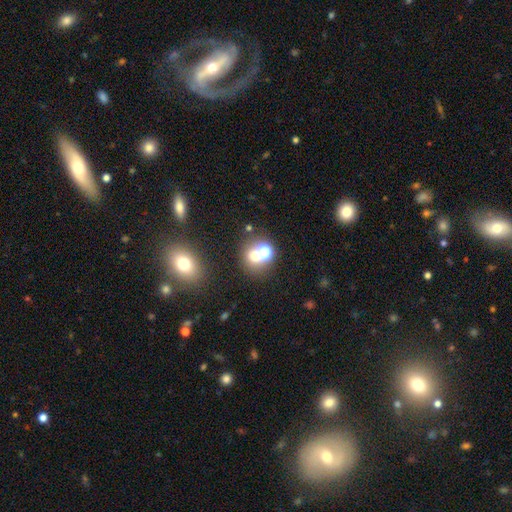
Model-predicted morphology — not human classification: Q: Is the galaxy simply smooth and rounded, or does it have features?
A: smooth — 59%.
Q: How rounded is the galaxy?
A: round — 78%.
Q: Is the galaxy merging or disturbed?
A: none — 50%.